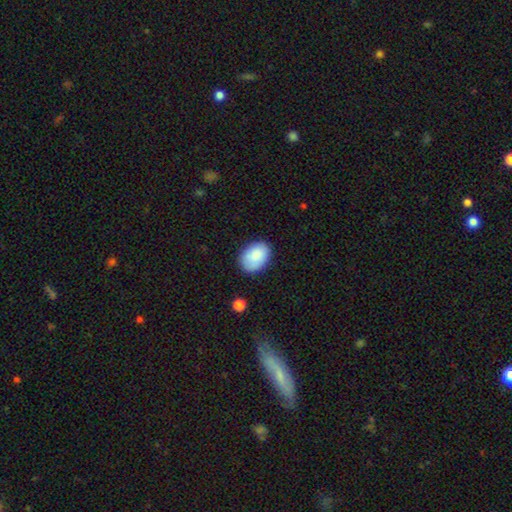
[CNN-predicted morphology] This is clearly a smooth galaxy (85%). How rounded: clearly in between (80%). Merging: clearly none (82%).